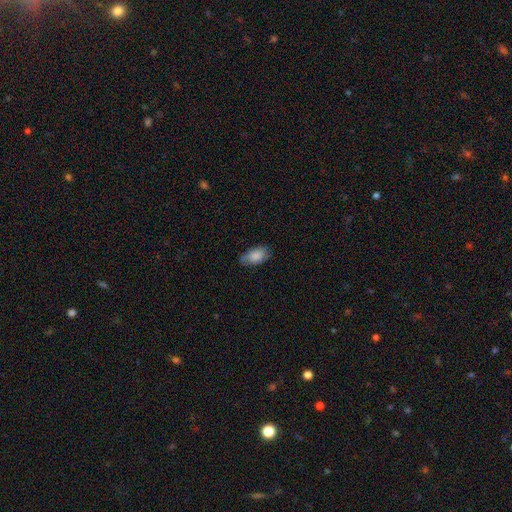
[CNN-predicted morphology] Smooth or featured? smooth (83%)
How rounded? in between (93%)
Merging? none (73%)